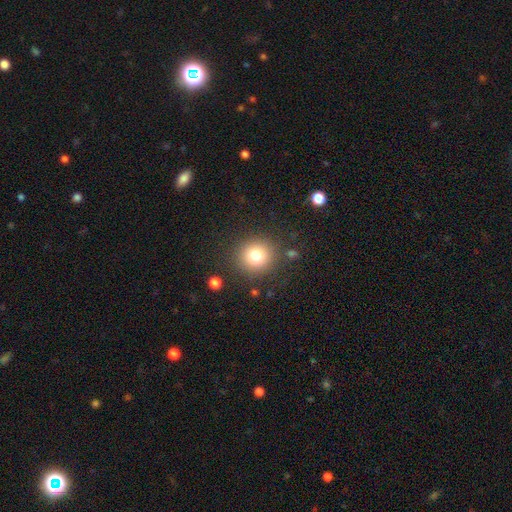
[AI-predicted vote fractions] Overall: smooth (78%). How rounded: round (91%). Merging: none (86%).